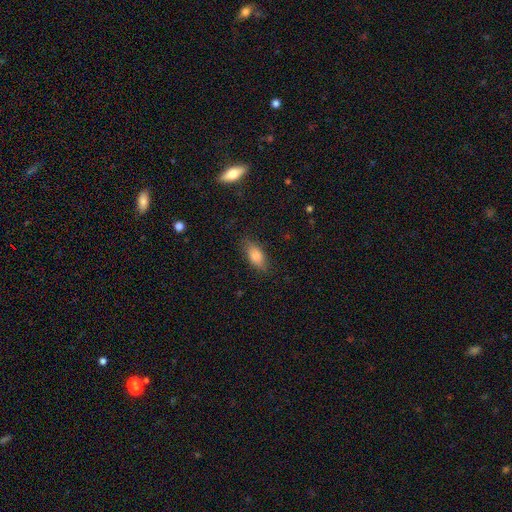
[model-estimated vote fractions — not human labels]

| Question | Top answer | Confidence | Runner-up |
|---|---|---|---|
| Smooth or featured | smooth | 83% | featured or disk (9%) |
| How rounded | in between | 84% | cigar-shaped (12%) |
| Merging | none | 79% | minor disturbance (16%) |